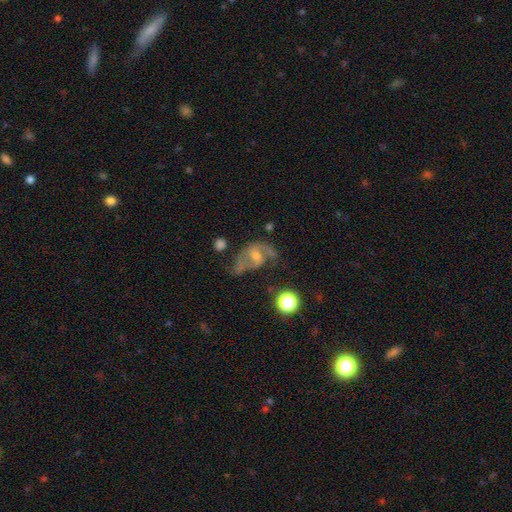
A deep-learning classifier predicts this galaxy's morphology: This is likely a featured or disk galaxy (74%). It is clearly not viewed edge-on (97%). Bar: possibly weak (45%). Spiral arm pattern: clearly yes (88%). Spiral arm count: likely 2 (78%). Spiral winding: marginally medium (44%). Central bulge: marginally small (43%, tied with moderate). Merging: marginally none (40%).